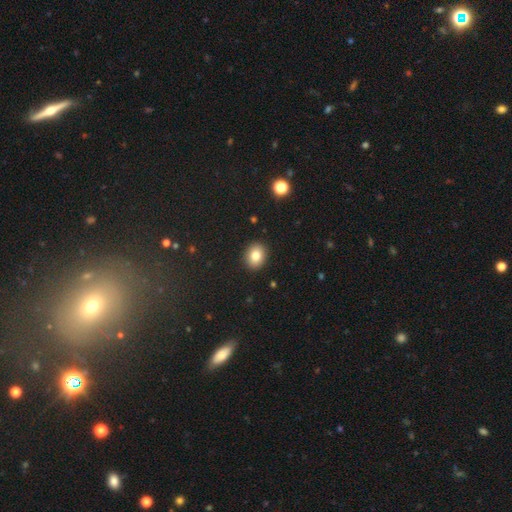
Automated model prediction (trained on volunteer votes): smooth-or-featured: smooth: 81% | star or artifact: 10% | featured or disk: 9%
  how-rounded: round: 55% | in between: 44% | cigar-shaped: 1%
  merging: none: 91% | minor disturbance: 6% | major disturbance: 2% | merger: 1%